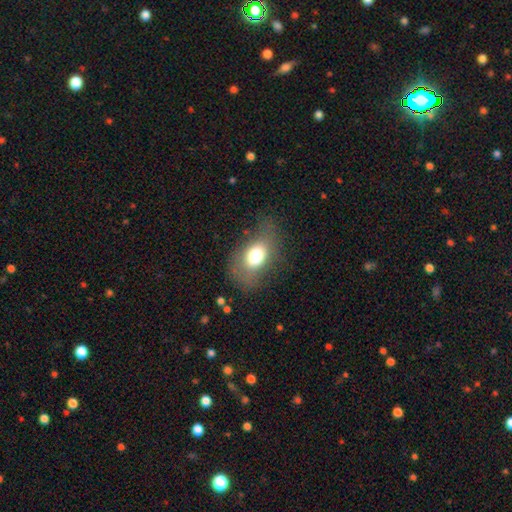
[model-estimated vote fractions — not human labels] This is likely a smooth galaxy (67%). How rounded: likely in between (76%). Merging: likely none (62%).